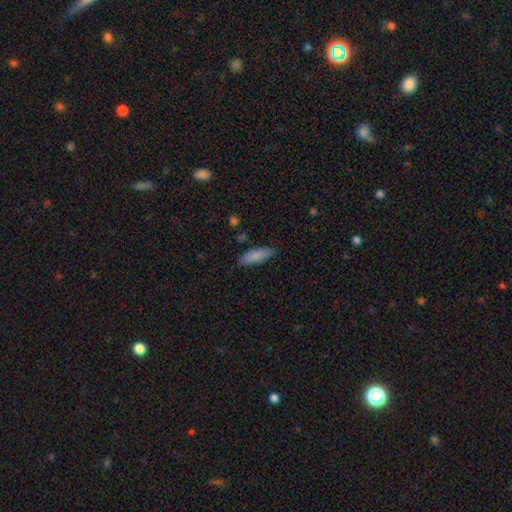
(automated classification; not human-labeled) Morphology: type=smooth (85%); roundness=in between (56%); merging=none (84%).